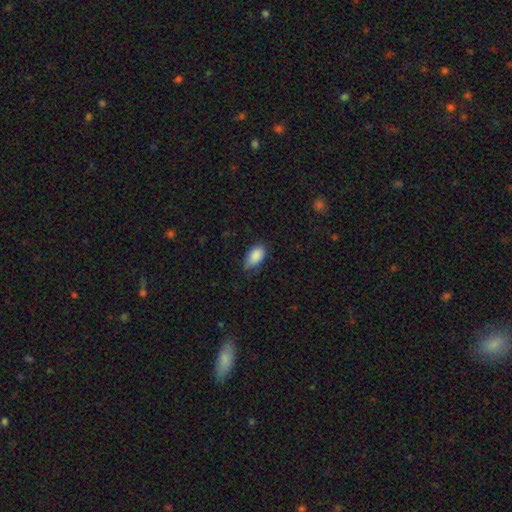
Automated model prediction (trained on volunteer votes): This is clearly a smooth galaxy (88%). How rounded: clearly in between (93%). Merging: likely none (67%).